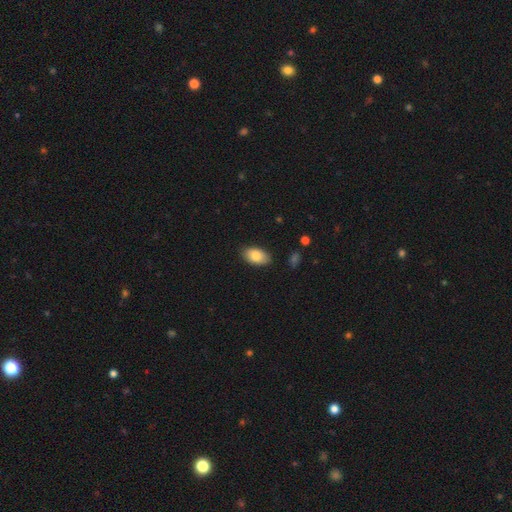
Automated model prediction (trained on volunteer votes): smooth 84%, featured or disk 9%, star or artifact 7%. Down the decision tree: how rounded — in between (94%); merging — none (86%).